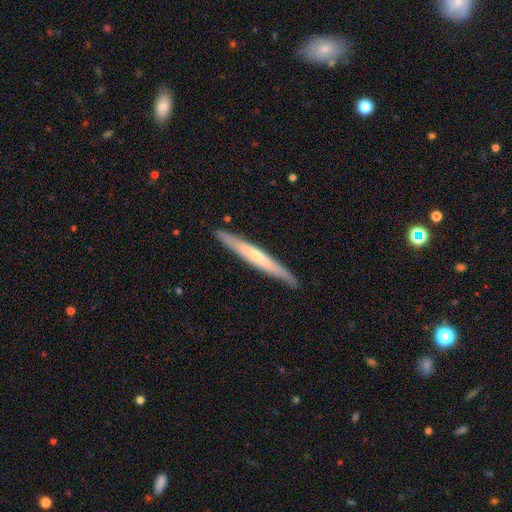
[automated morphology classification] Smooth or featured?
  - featured or disk: 57% *
  - smooth: 38%
  - star or artifact: 5%
Edge-on disk?
  - yes: 92% *
  - no: 8%
Edge-on bulge?
  - none: 48% *
  - rounded: 47%
  - boxy: 5%
Merging?
  - none: 89% *
  - minor disturbance: 9%
  - major disturbance: 1%
  - merger: 1%